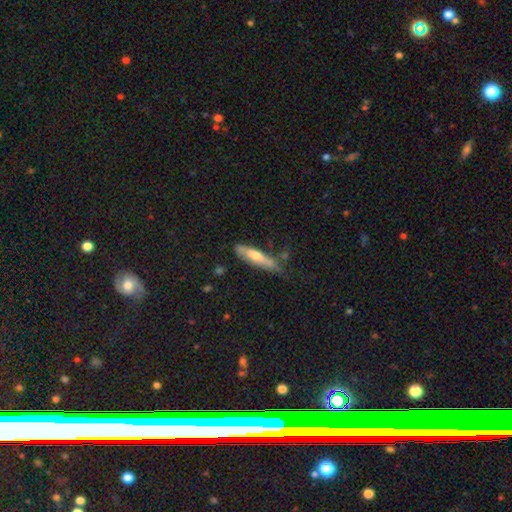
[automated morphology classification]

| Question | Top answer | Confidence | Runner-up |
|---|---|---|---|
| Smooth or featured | smooth | 55% | featured or disk (38%) |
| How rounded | cigar-shaped | 76% | in between (22%) |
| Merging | none | 58% | minor disturbance (29%) |